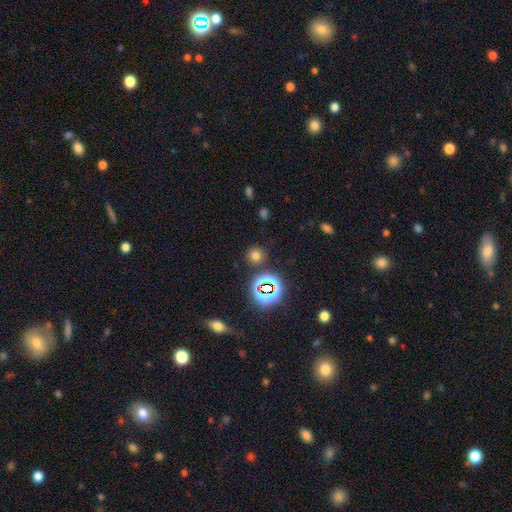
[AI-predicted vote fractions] Smooth or featured: smooth — 66% (star or artifact — 27%)
How rounded: round — 90% (in between — 8%)
Merging: none — 85% (minor disturbance — 7%)